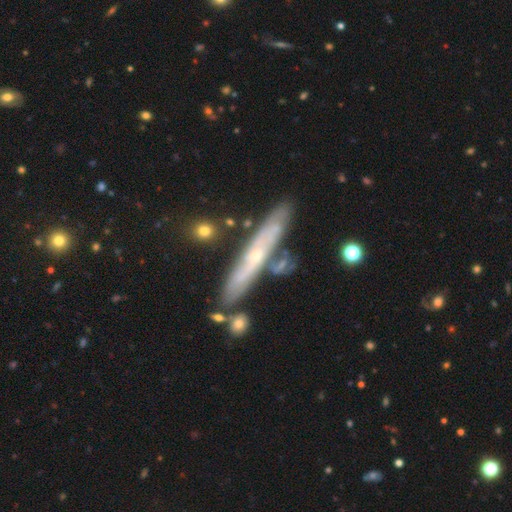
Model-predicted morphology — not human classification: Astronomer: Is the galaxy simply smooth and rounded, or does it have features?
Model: featured or disk — 69%.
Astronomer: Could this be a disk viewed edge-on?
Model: yes — 73%.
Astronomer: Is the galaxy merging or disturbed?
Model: none — 79%.